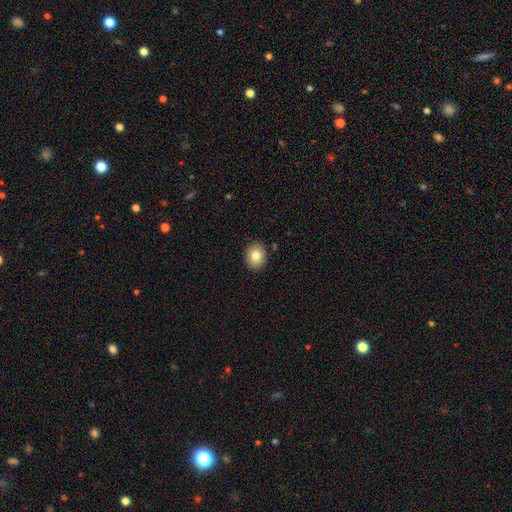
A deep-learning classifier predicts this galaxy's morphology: This is likely a smooth galaxy (80%). How rounded: possibly round (59%). Merging: clearly none (89%).